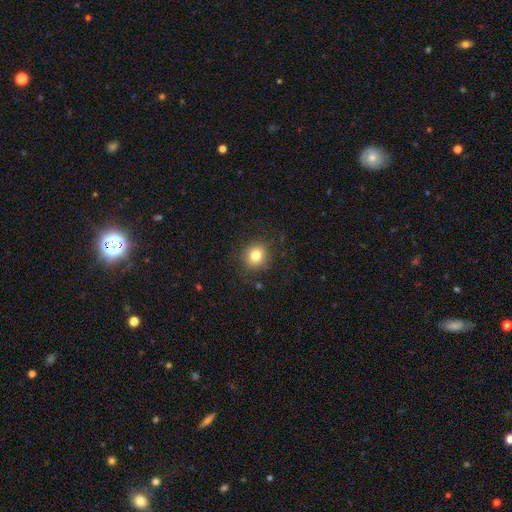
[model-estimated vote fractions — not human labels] Overall: smooth (80%). How rounded: round (88%). Merging: none (86%).